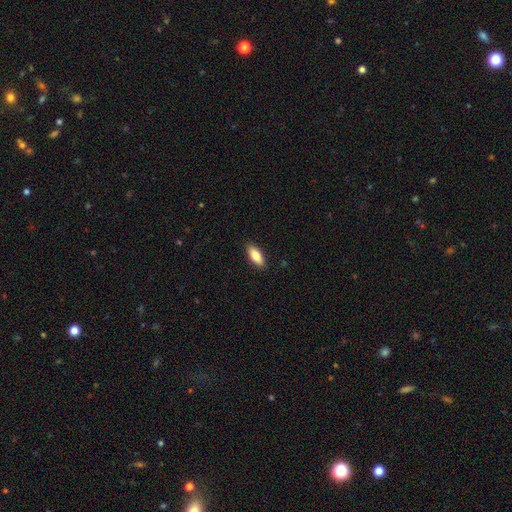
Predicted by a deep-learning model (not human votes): Overall: smooth (82%). How rounded: in between (79%). Merging: none (90%).